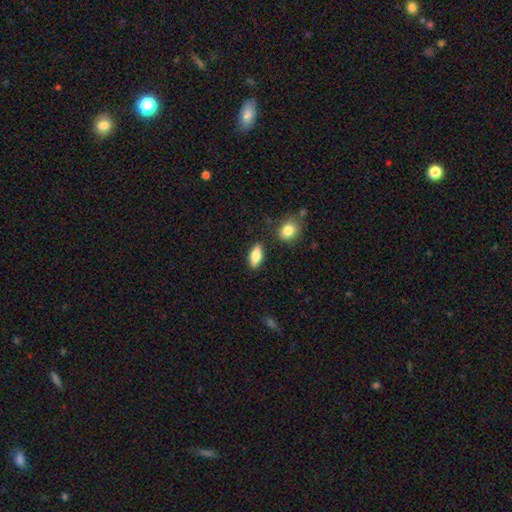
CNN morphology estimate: Q: Smooth or featured?
A: smooth (79%); runner-up: featured or disk (15%)
Q: How rounded?
A: in between (84%); runner-up: cigar-shaped (12%)
Q: Merging?
A: none (84%); runner-up: minor disturbance (10%)